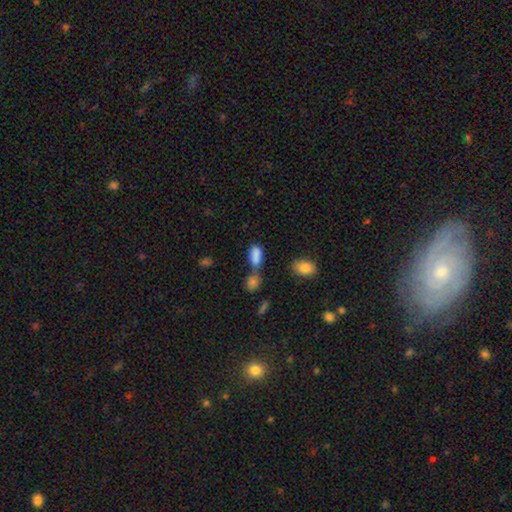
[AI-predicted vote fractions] Smooth or featured: smooth — 84% (star or artifact — 10%)
How rounded: in between — 85% (cigar-shaped — 10%)
Merging: none — 41% (merger — 38%)